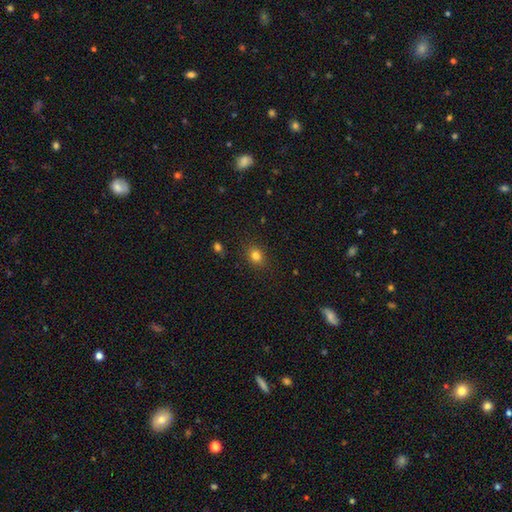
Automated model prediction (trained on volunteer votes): This appears to be a smooth galaxy with no disk features (82%) that is round (51%). Merging: none (87%).